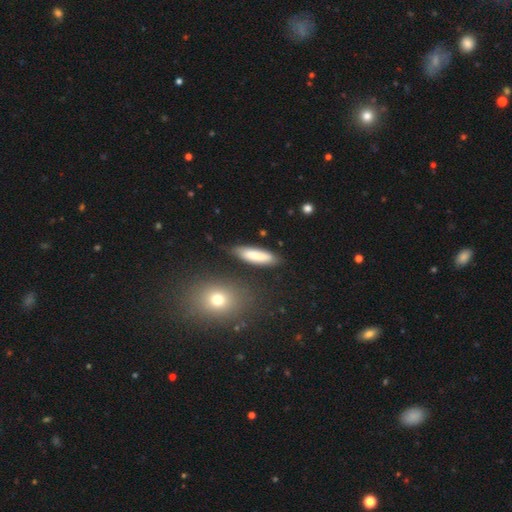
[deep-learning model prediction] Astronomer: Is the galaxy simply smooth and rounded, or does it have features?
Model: smooth — 77%.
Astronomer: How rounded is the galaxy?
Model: cigar-shaped — 61% (runner-up: in between, 37%).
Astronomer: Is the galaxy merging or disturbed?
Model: none — 78%.